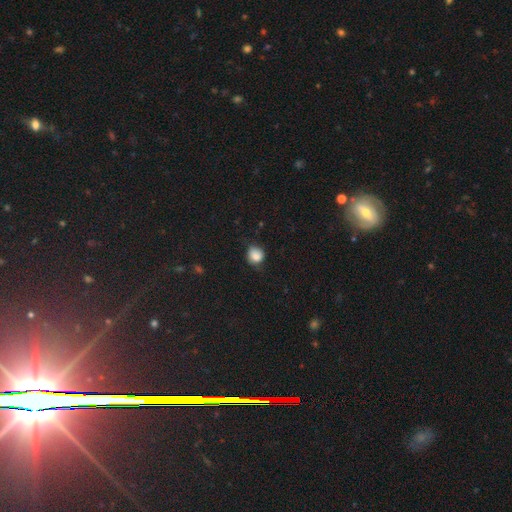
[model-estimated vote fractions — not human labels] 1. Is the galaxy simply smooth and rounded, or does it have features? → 84% smooth, 10% star or artifact, 6% featured or disk.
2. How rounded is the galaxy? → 76% round, 23% in between, 1% cigar-shaped.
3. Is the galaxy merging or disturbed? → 66% none, 26% minor disturbance, 6% major disturbance, 1% merger.